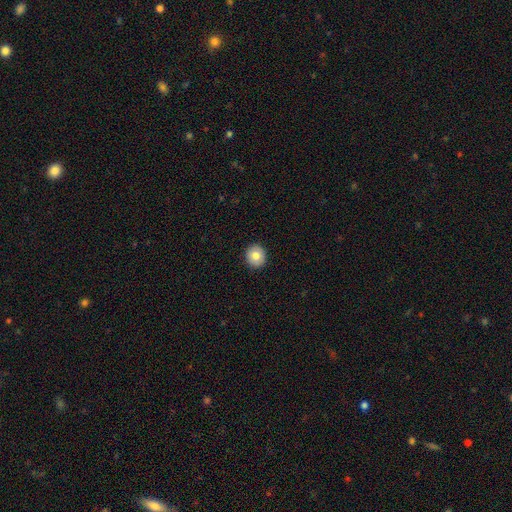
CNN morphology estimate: Smooth or featured: smooth — 80% (featured or disk — 12%)
How rounded: round — 86% (in between — 13%)
Merging: none — 92% (minor disturbance — 5%)